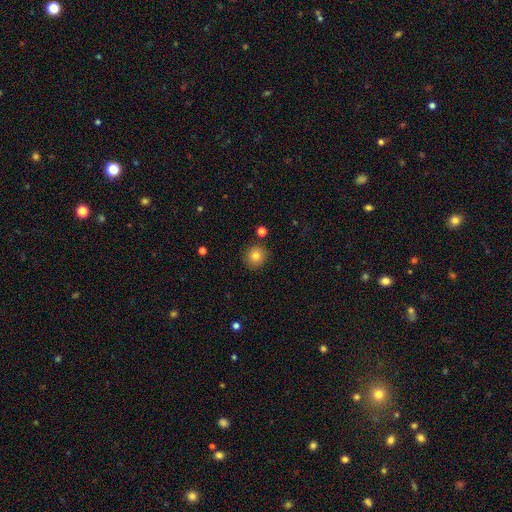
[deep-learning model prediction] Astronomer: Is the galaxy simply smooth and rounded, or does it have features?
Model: smooth — 80%.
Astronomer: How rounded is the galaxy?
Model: round — 91%.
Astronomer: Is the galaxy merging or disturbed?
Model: none — 89%.